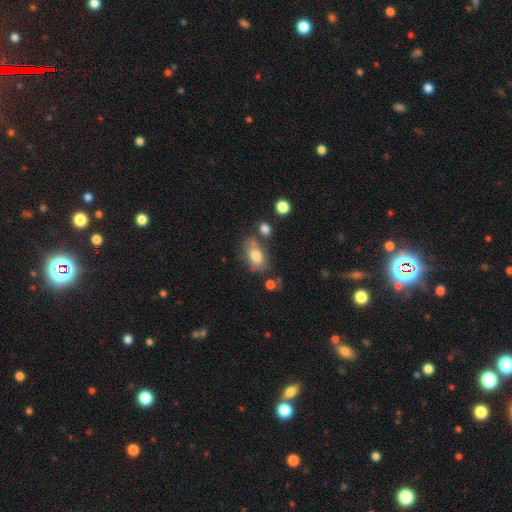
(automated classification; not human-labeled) Q: Smooth or featured?
A: smooth (75%); runner-up: featured or disk (17%)
Q: How rounded?
A: in between (86%); runner-up: round (12%)
Q: Merging?
A: none (56%); runner-up: minor disturbance (21%)